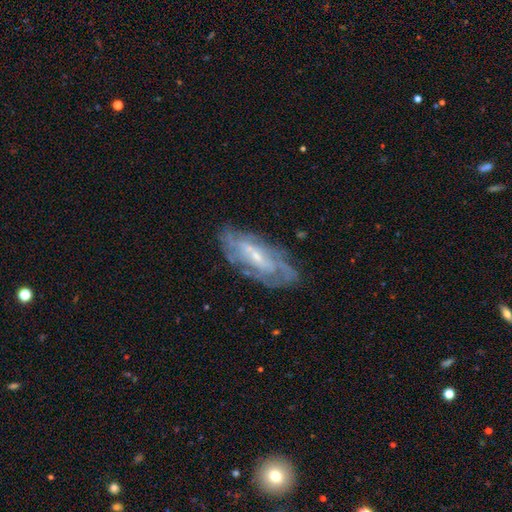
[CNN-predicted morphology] Smooth or featured: featured or disk — 77% (smooth — 16%)
Edge-on disk: no — 87% (yes — 13%)
Bar: weak — 41% (no — 39%)
Spiral arms: yes — 83% (no — 17%)
Spiral winding: tight — 55% (medium — 33%)
Spiral arm count: can't tell — 50% (2 — 21%)
Bulge size: small — 70% (moderate — 24%)
Merging: none — 72% (minor disturbance — 19%)